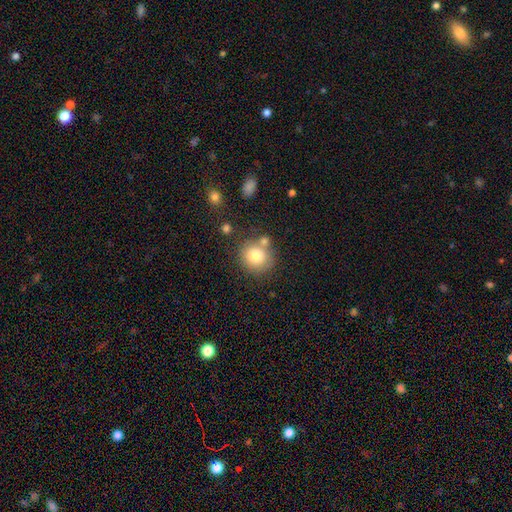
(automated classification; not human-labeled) Overall: smooth (79%). How rounded: round (81%). Merging: none (66%).